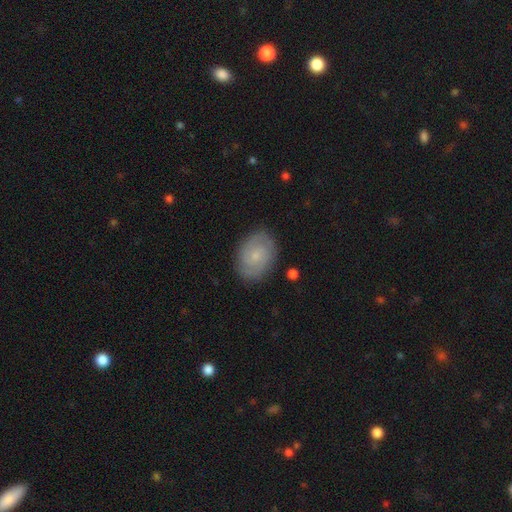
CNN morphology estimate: Overall: featured or disk (66%; smooth 27%). Edge-on disk: no (97%). Bar: no (68%; weak 28%). Spiral arms: yes (92%). Spiral arm count: 2 (63%). Spiral winding: tight (57%; medium 34%). Bulge size: small (71%). Merging: none (84%).